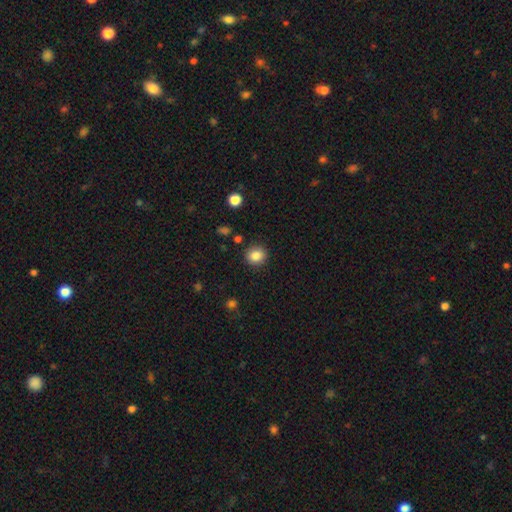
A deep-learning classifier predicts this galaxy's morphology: type=smooth (86%); roundness=round (85%); merging=none (88%).